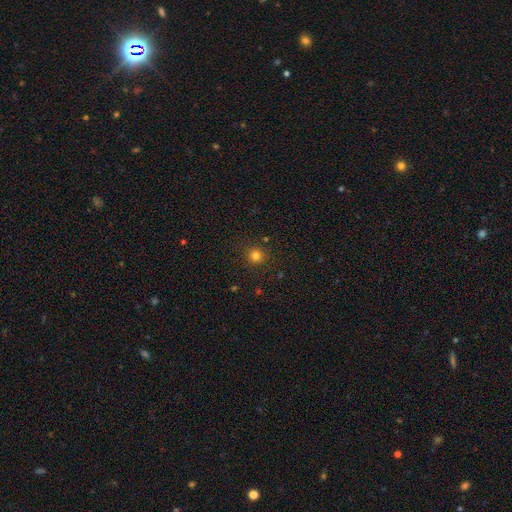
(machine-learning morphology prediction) smooth-or-featured: smooth: 80% | star or artifact: 15% | featured or disk: 5%
  how-rounded: round: 93% | in between: 6% | cigar-shaped: 1%
  merging: none: 89% | minor disturbance: 7% | major disturbance: 3% | merger: 2%